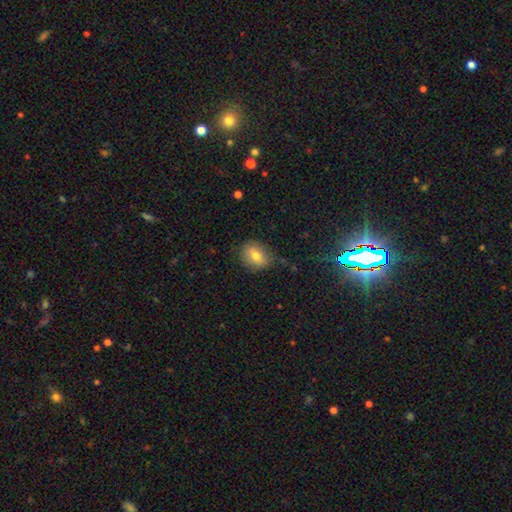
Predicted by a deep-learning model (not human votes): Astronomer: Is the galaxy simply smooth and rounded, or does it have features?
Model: smooth — 72%.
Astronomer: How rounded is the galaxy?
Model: round — 54% (runner-up: in between, 44%).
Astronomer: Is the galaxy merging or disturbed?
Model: none — 73%.